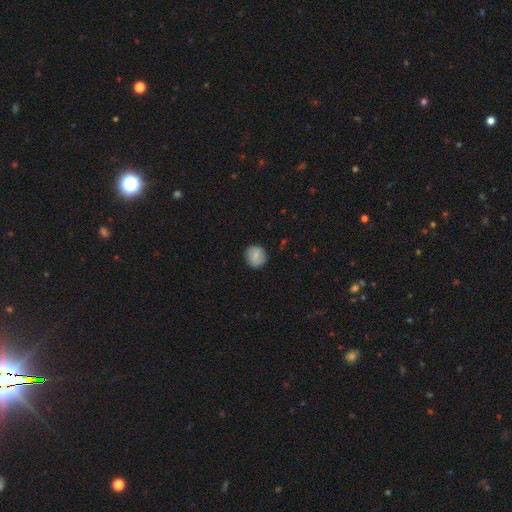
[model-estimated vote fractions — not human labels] Smooth or featured? Predicted: smooth (p=0.80). How rounded? Predicted: round (p=0.89). Merging? Predicted: none (p=0.87).